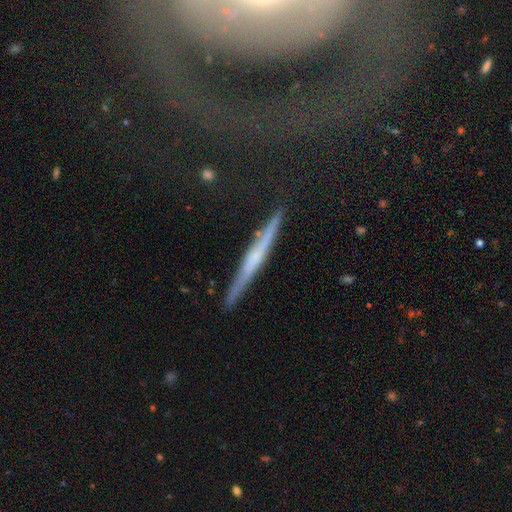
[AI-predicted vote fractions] Smooth or featured? featured or disk (63%)
Edge-on disk? yes (96%)
Edge-on bulge? none (53%)
Merging? none (86%)